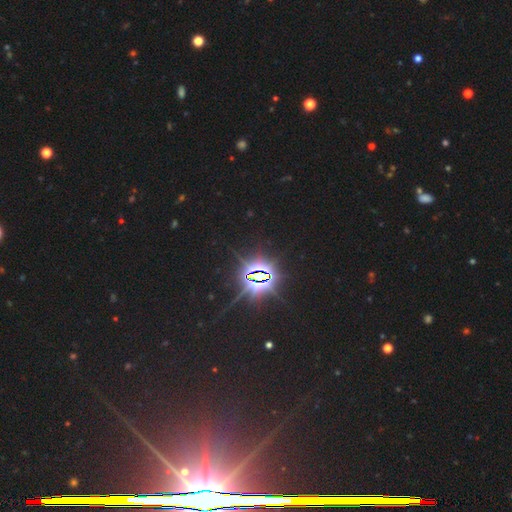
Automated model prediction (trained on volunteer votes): Smooth or featured?
  - star or artifact: 86% *
  - smooth: 8%
  - featured or disk: 6%